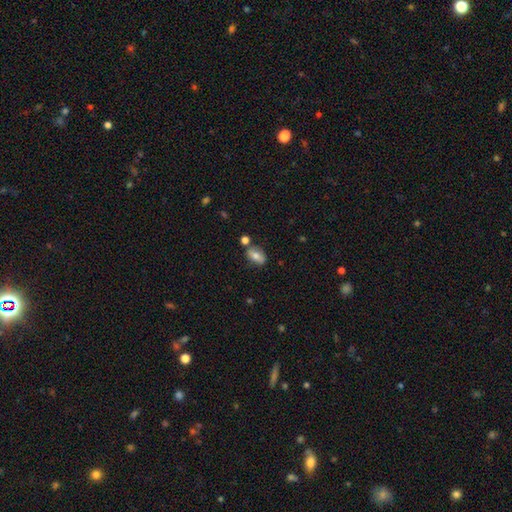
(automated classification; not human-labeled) The model was most divided on "smooth or featured": smooth: 69%, featured or disk: 23%, star or artifact: 8%. More confident: how rounded — in between (88%); merging — none (68%).